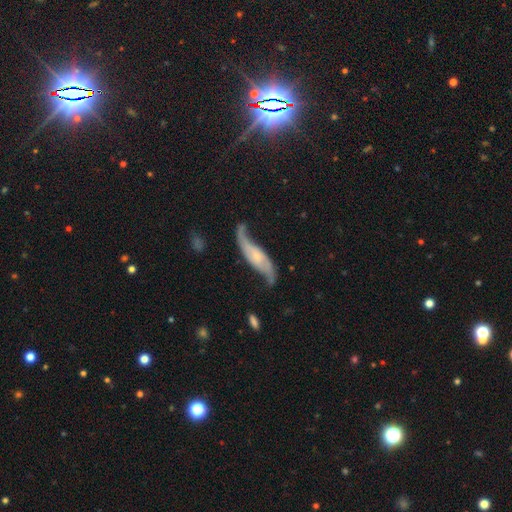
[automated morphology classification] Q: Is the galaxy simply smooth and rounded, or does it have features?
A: featured or disk — 81%.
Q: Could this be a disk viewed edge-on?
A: no — 83%.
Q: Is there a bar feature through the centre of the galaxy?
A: no — 58%.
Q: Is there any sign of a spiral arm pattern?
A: yes — 94%.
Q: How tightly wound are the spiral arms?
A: loose — 80%.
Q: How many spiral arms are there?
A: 2 — 91%.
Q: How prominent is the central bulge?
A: small — 64%.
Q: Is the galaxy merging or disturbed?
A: none — 63%.